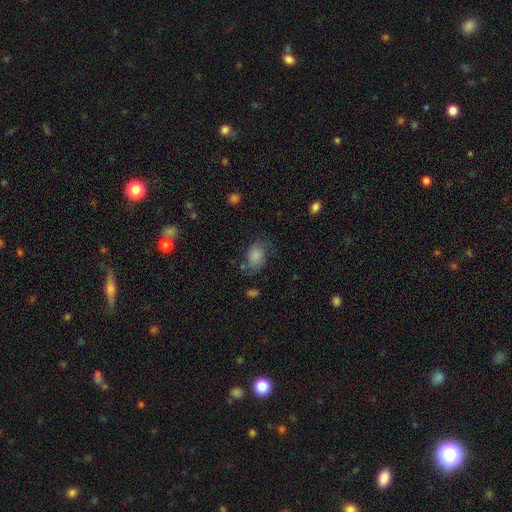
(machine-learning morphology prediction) smooth_or_featured: smooth (p=0.77) [alt: featured or disk p=0.14]
how_rounded: in between (p=0.76) [alt: round p=0.23]
merging: none (p=0.58) [alt: minor disturbance p=0.26]